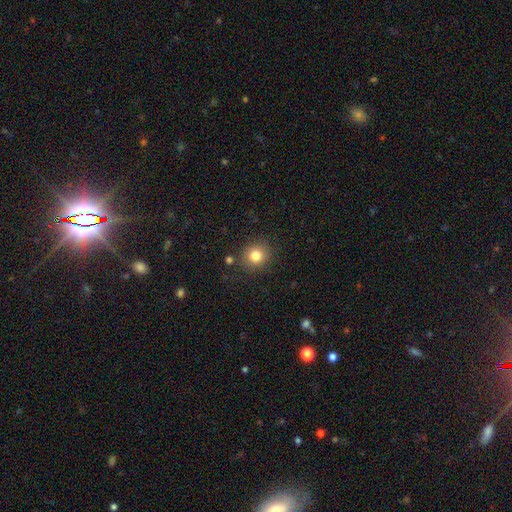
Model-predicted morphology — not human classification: Smooth or featured? smooth (81%)
How rounded? round (88%)
Merging? none (86%)